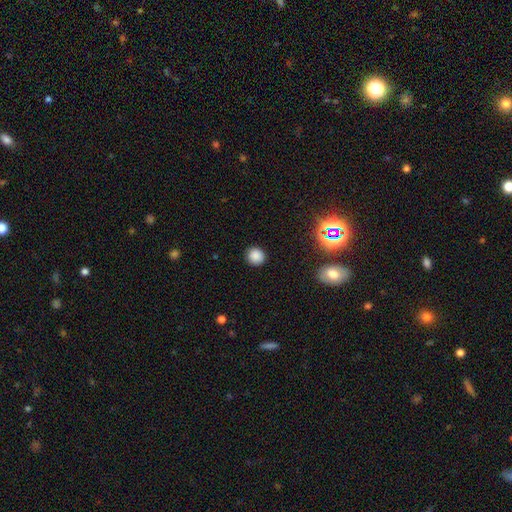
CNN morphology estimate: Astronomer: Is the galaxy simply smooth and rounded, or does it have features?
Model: smooth — 84%.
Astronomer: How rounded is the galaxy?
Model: round — 92%.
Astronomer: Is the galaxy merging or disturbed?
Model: none — 91%.